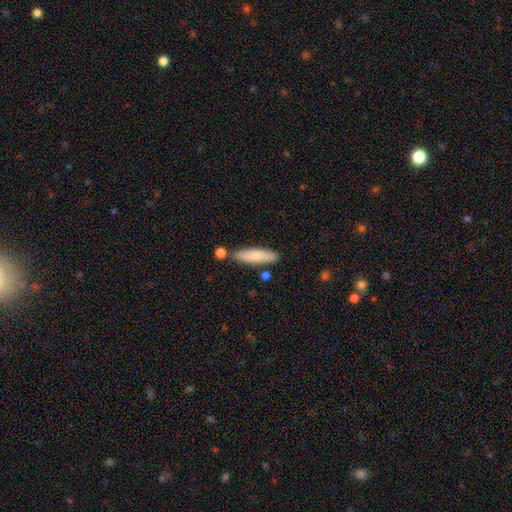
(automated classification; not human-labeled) smooth_or_featured: smooth (p=0.77) [alt: featured or disk p=0.18]
how_rounded: cigar-shaped (p=0.74) [alt: in between p=0.24]
merging: none (p=0.79) [alt: minor disturbance p=0.12]